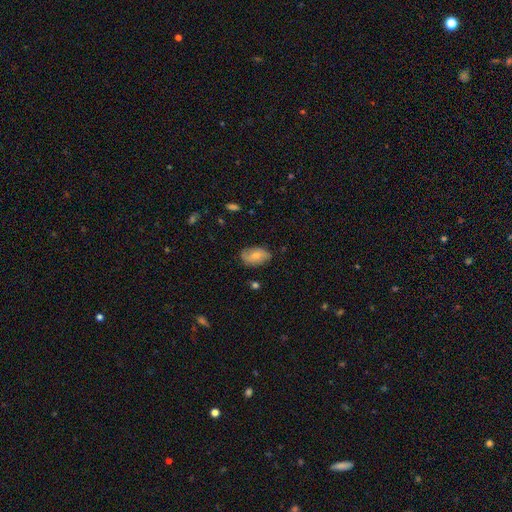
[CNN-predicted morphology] Smooth or featured? Predicted: smooth (p=0.64). How rounded? Predicted: in between (p=0.91). Merging? Predicted: none (p=0.73).